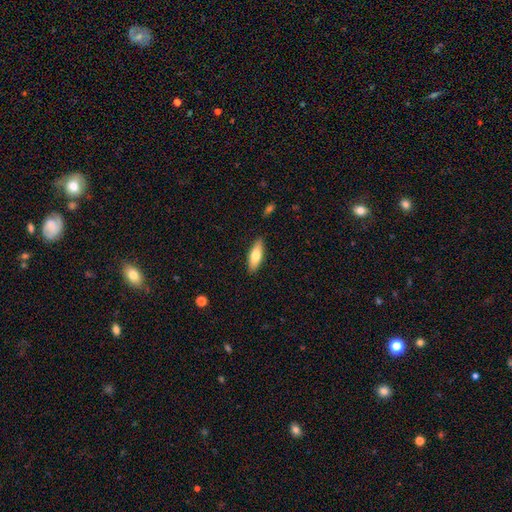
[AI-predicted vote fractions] The model was most divided on "how rounded": in between: 61%, cigar-shaped: 37%, round: 2%. More confident: merging — none (88%); smooth or featured — smooth (71%).